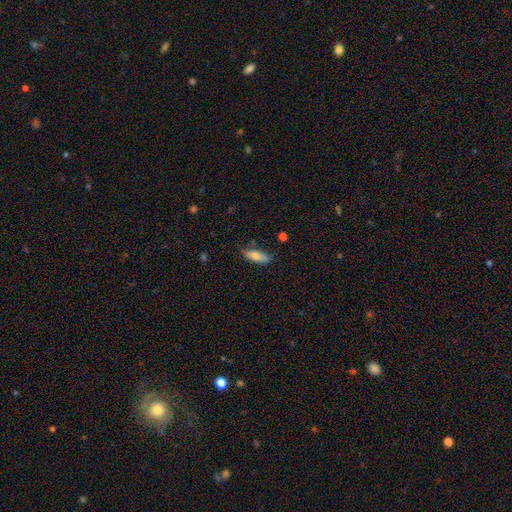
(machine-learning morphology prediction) Q: Smooth or featured?
A: smooth (74%); runner-up: featured or disk (19%)
Q: How rounded?
A: in between (63%); runner-up: cigar-shaped (35%)
Q: Merging?
A: none (74%); runner-up: minor disturbance (20%)